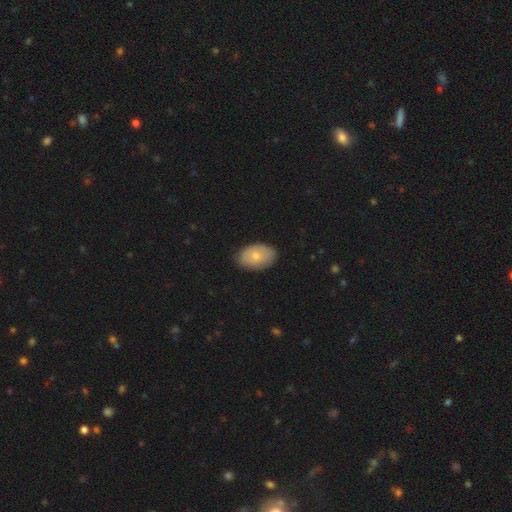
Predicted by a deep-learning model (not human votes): The model was most divided on "smooth or featured": smooth: 73%, featured or disk: 21%, star or artifact: 6%. More confident: how rounded — in between (91%); merging — none (83%).